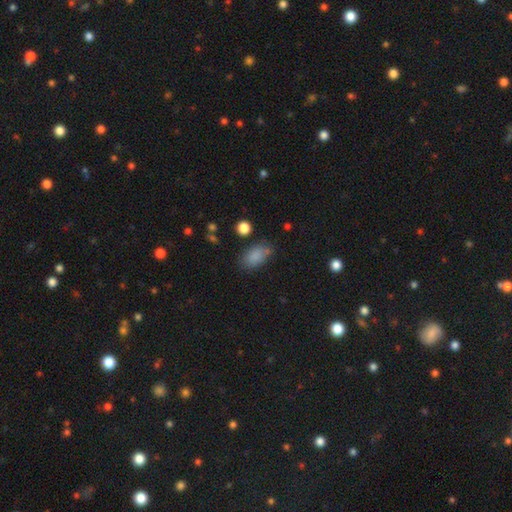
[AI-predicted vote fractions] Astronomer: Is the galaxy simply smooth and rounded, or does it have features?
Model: smooth — 84%.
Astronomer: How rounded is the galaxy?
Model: in between — 89%.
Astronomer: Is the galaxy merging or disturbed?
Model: none — 69%.